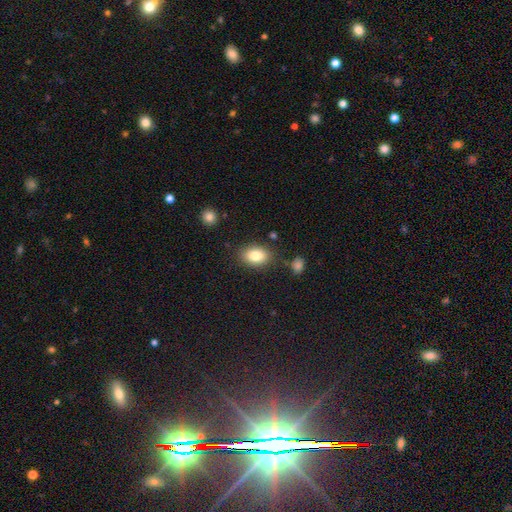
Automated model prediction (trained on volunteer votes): Overall: smooth (84%). How rounded: in between (83%). Merging: none (82%).